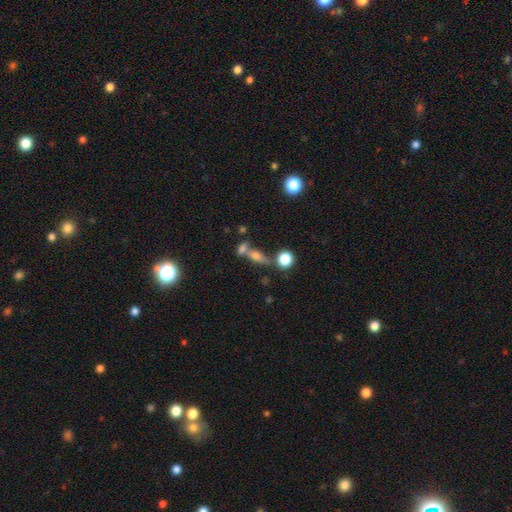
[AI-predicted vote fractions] Smooth or featured? Predicted: smooth (p=0.49). Merging? Predicted: none (p=0.45).